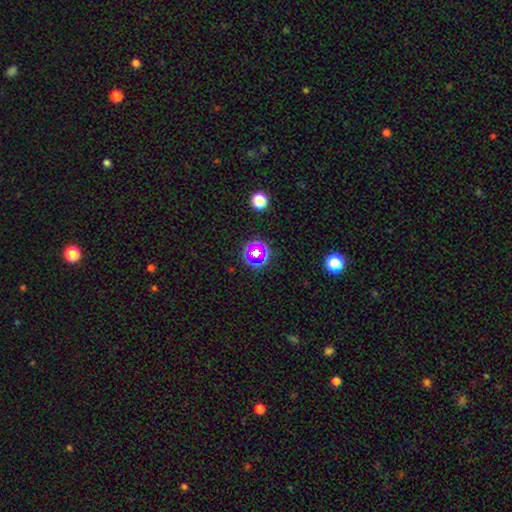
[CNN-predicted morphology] Smooth or featured? Predicted: star or artifact (p=0.43).